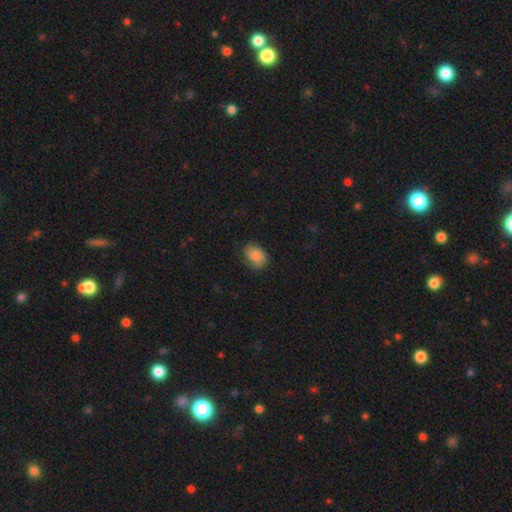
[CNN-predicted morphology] This is clearly a smooth galaxy (86%). How rounded: likely in between (70%). Merging: likely none (75%).